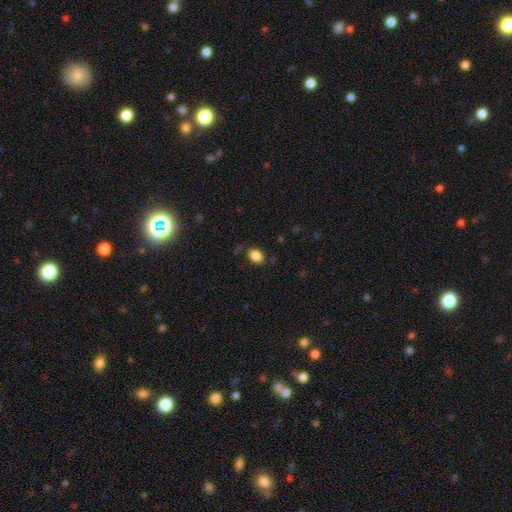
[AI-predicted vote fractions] smooth-or-featured: smooth: 86% | star or artifact: 9% | featured or disk: 5%
  how-rounded: in between: 74% | round: 25% | cigar-shaped: 1%
  merging: none: 82% | minor disturbance: 13% | major disturbance: 3% | merger: 2%